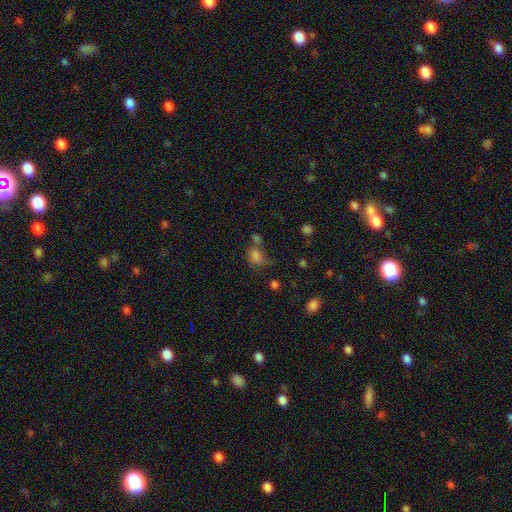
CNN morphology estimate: Smooth or featured?
  - smooth: 72% *
  - star or artifact: 17%
  - featured or disk: 11%
How rounded?
  - in between: 66% *
  - round: 32%
  - cigar-shaped: 2%
Merging?
  - none: 39% *
  - merger: 24%
  - minor disturbance: 22%
  - major disturbance: 15%